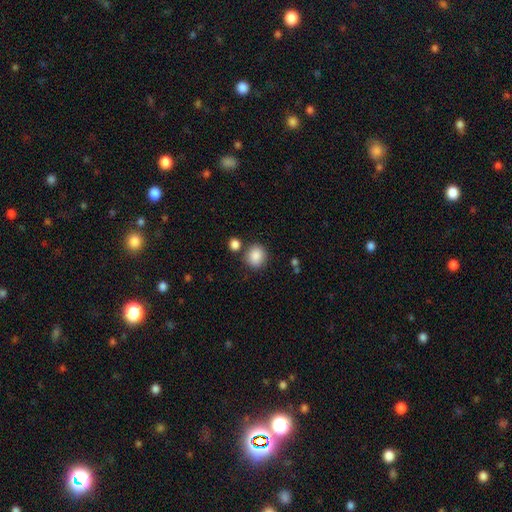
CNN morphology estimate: A smooth galaxy with no disk features (88%) that is round (78%). Merging: none (77%).